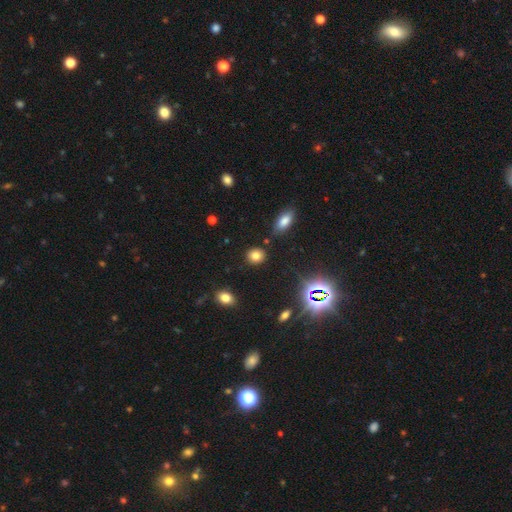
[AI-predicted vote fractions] Smooth or featured? Predicted: smooth (p=0.78). How rounded? Predicted: round (p=0.74). Merging? Predicted: none (p=0.85).